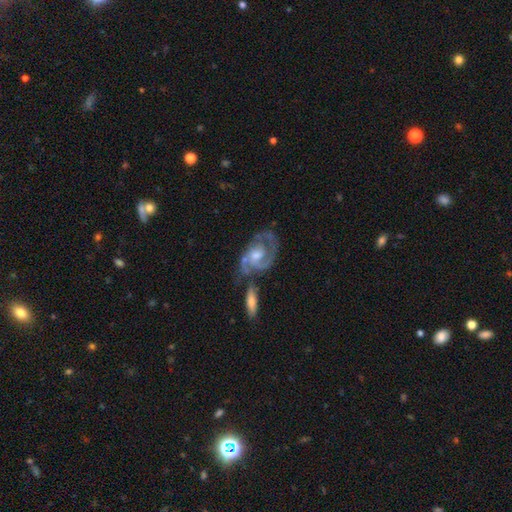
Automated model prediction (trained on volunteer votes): This is clearly a featured or disk galaxy (88%). It is clearly not viewed edge-on (96%). Bar: possibly no (57%). Spiral arm pattern: clearly yes (96%). Spiral arm count: likely 2 (80%). Spiral winding: possibly tight (46%). Central bulge: possibly moderate (59%). Merging: possibly none (54%).